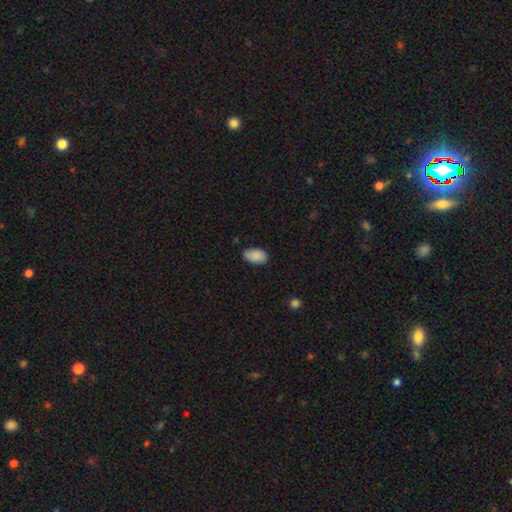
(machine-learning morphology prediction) smooth_or_featured: smooth (p=0.89) [alt: star or artifact p=0.07]
how_rounded: in between (p=0.92) [alt: round p=0.06]
merging: none (p=0.78) [alt: minor disturbance p=0.18]